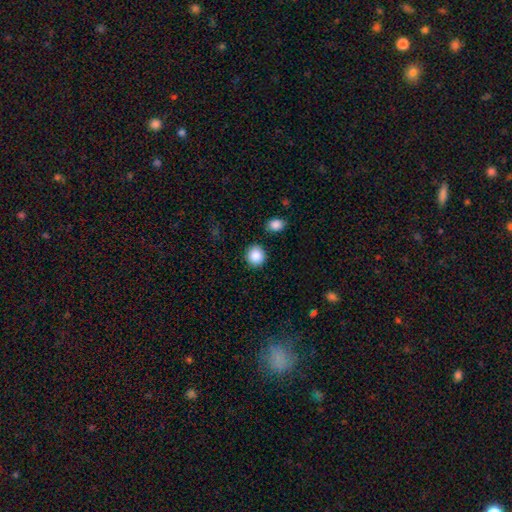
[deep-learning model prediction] Smooth or featured: smooth — 88% (star or artifact — 8%)
How rounded: round — 87% (in between — 12%)
Merging: none — 85% (minor disturbance — 9%)